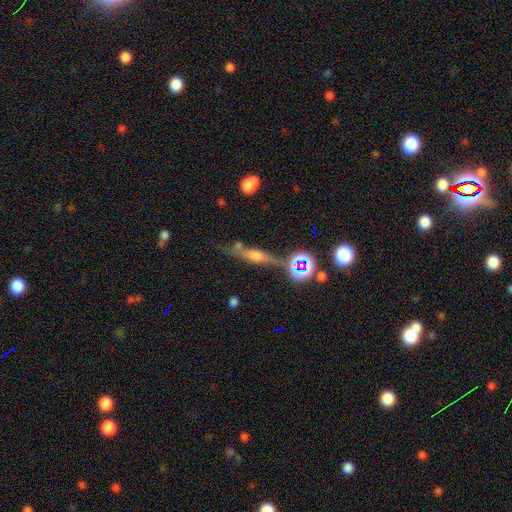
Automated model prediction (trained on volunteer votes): Smooth or featured: featured or disk — 50% (smooth — 34%)
Merging: none — 62% (minor disturbance — 19%)